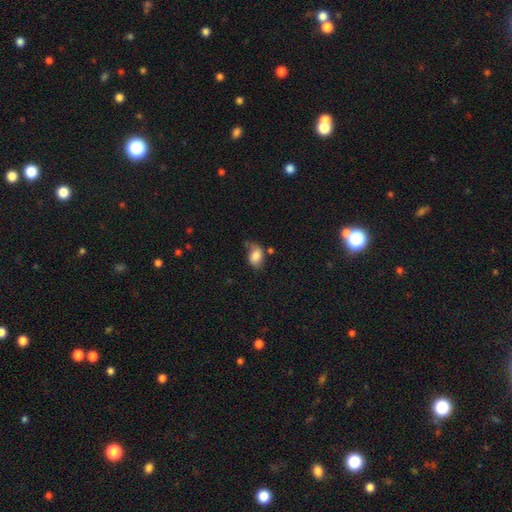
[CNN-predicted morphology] A smooth galaxy with no disk features (78%) that is in between round and cigar-shaped (78%). Merging: none (50%).